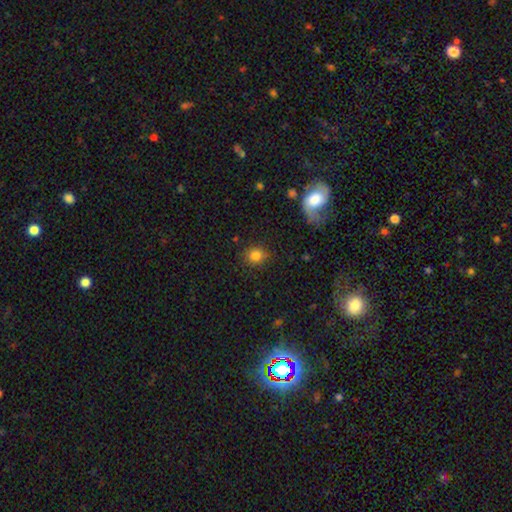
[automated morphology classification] A smooth galaxy with no disk features (82%) that is round (78%). Merging: none (86%).